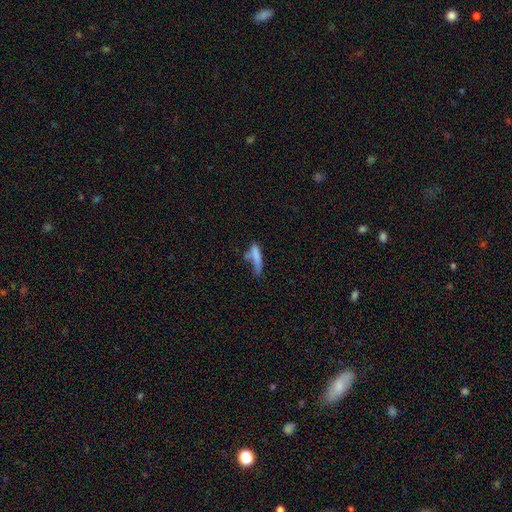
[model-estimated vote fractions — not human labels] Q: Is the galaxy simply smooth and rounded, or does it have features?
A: smooth — 72%.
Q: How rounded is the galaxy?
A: cigar-shaped — 70%.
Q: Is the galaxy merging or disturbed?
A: none — 36%.